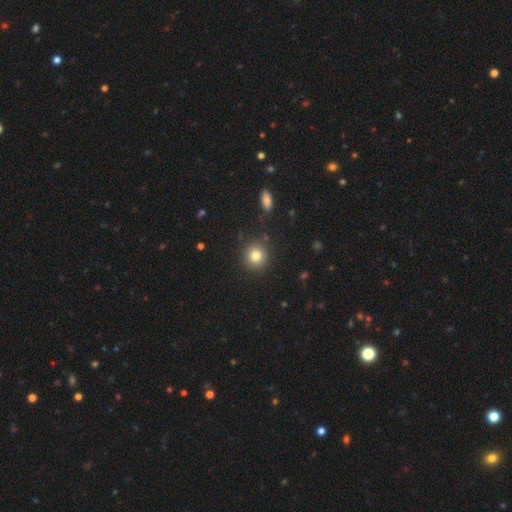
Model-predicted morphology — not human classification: The model was most divided on "smooth or featured": smooth: 81%, star or artifact: 11%, featured or disk: 8%. More confident: how rounded — round (90%); merging — none (87%).